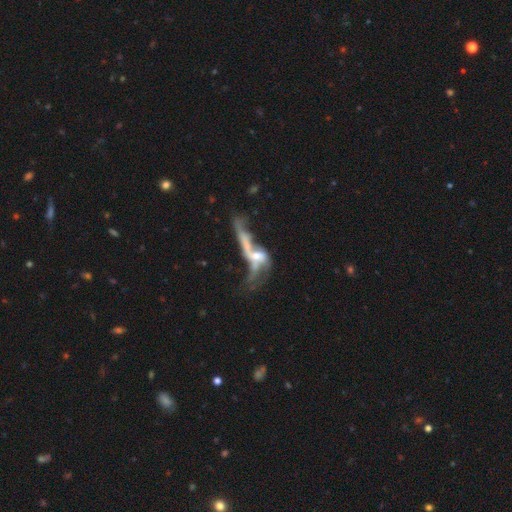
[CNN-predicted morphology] Smooth or featured? featured or disk (68%)
Edge-on disk? no (78%)
Bar? no (68%)
Spiral arms? no (53%)
Bulge size? moderate (40%)
Merging? merger (49%)